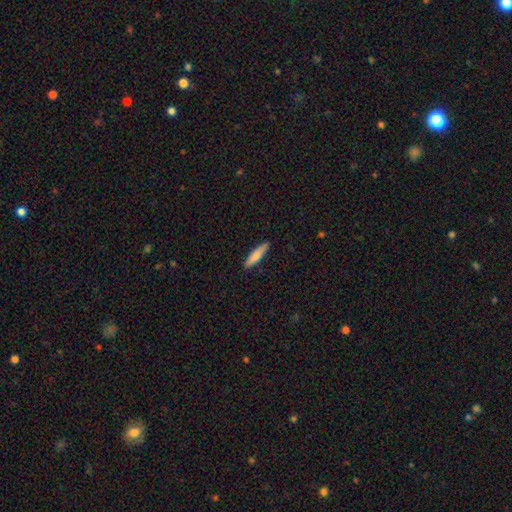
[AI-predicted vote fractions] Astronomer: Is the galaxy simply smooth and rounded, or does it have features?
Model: smooth — 79%.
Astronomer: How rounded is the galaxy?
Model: cigar-shaped — 81%.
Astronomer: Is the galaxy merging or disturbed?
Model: none — 87%.